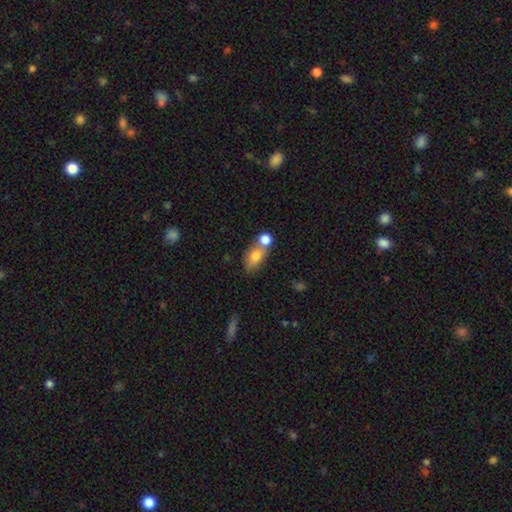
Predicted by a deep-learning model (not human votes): smooth 78%, featured or disk 14%, star or artifact 9%. Down the decision tree: how rounded — in between (75%); merging — merger (49%).